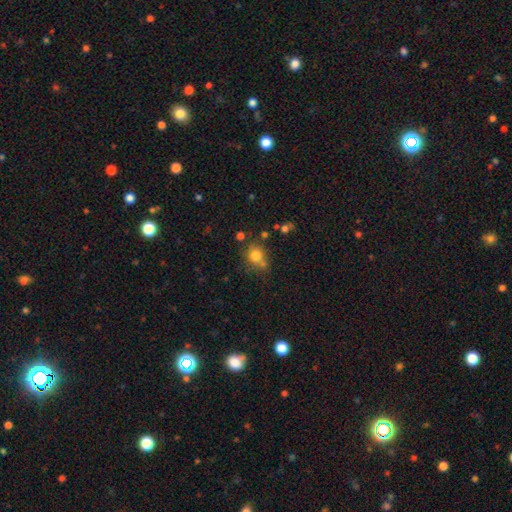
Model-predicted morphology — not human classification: type=smooth (78%); roundness=round (77%); merging=none (60%).